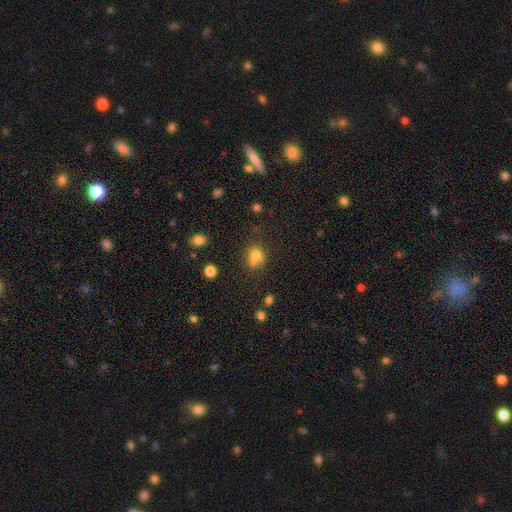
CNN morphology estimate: A smooth galaxy with no disk features (74%) that is round (68%).

Vote fractions:
- Smooth or featured? smooth: 74% / star or artifact: 14% / featured or disk: 12%
- How rounded? round: 68% / in between: 31% / cigar-shaped: 1%
- Merging? none: 45% / merger: 33% / minor disturbance: 15% / major disturbance: 6%